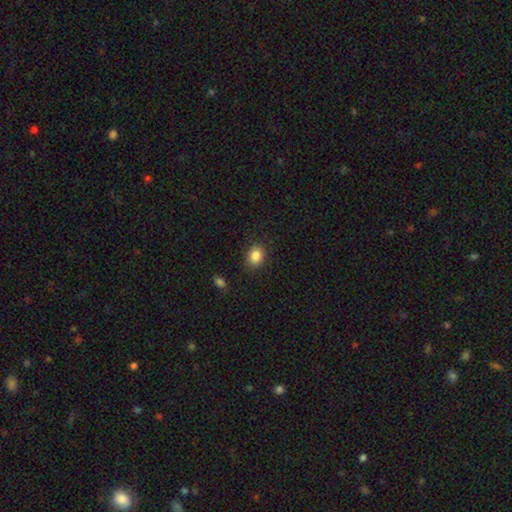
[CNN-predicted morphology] smooth-or-featured: smooth: 85% | star or artifact: 10% | featured or disk: 5%
  how-rounded: in between: 52% | round: 47% | cigar-shaped: 1%
  merging: none: 86% | minor disturbance: 10% | major disturbance: 3% | merger: 1%